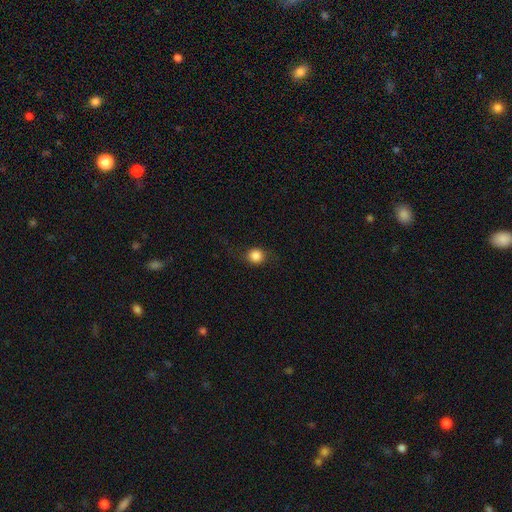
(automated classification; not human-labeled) A smooth galaxy with no disk features (81%) that is round (85%). Merging: none (77%).